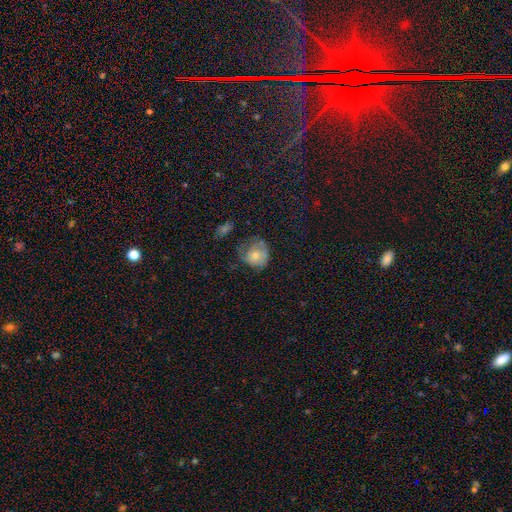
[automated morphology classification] A smooth galaxy with no disk features (65%) that is round (70%).

Vote fractions:
- Smooth or featured? smooth: 65% / featured or disk: 27% / star or artifact: 9%
- How rounded? round: 70% / in between: 29% / cigar-shaped: 1%
- Merging? none: 39% / minor disturbance: 33% / major disturbance: 25% / merger: 3%